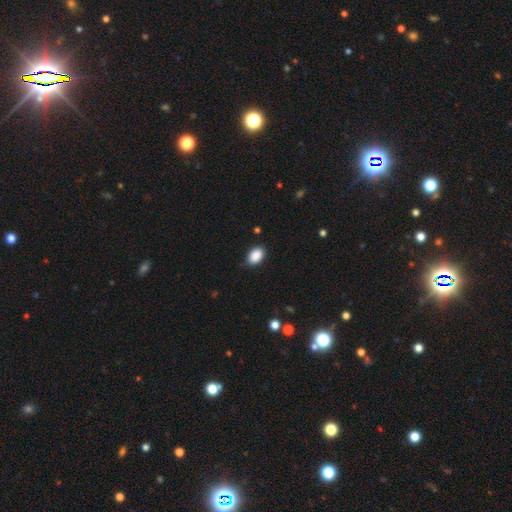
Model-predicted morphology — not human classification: Smooth or featured: smooth — 90% (star or artifact — 7%)
How rounded: in between — 89% (round — 10%)
Merging: none — 85% (minor disturbance — 11%)